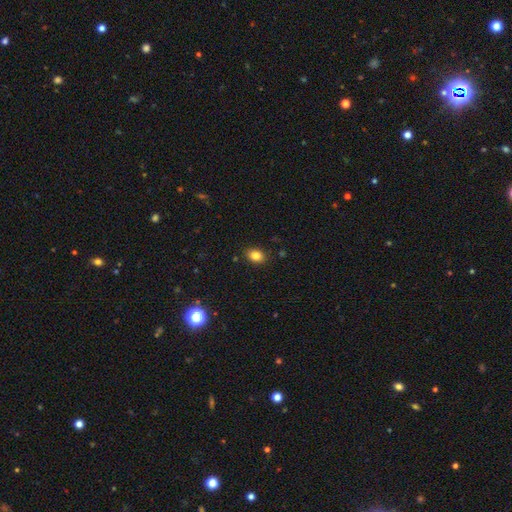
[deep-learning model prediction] smooth 84%, star or artifact 10%, featured or disk 6%. Down the decision tree: how rounded — in between (68%); merging — none (87%).